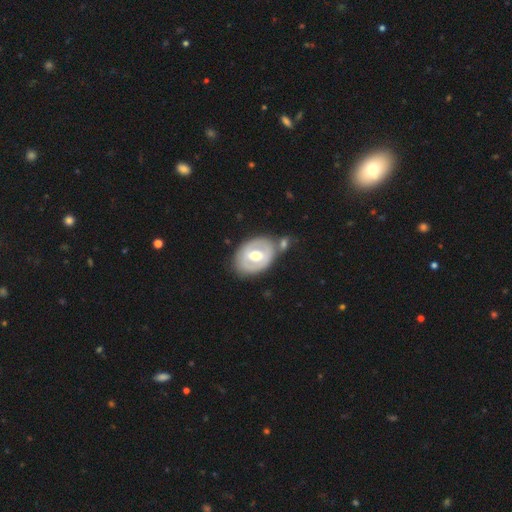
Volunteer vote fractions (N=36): Overall: featured or disk (50%; smooth 44%). Edge-on disk: no (94%). Bar: weak (53%; no 29%). Spiral arms: no (88%). Bulge size: moderate (71%). Merging: none (38%; minor disturbance 32%).